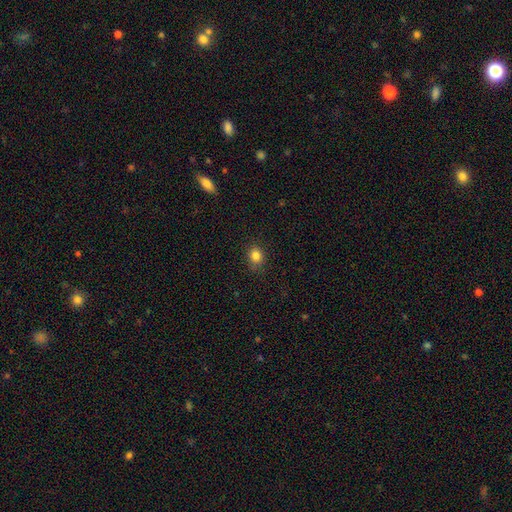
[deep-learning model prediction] This appears to be a smooth galaxy with no disk features (84%) that is round (63%). Merging: none (85%).